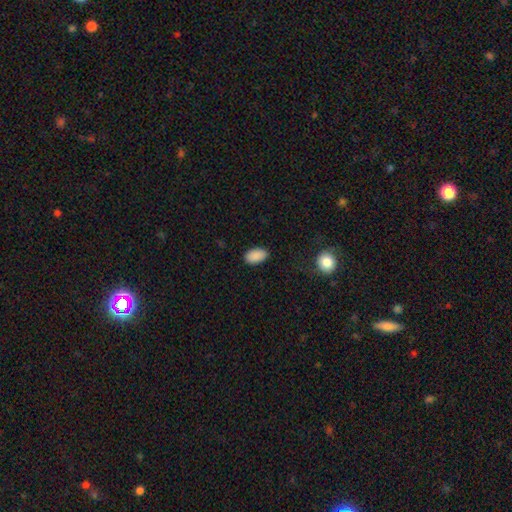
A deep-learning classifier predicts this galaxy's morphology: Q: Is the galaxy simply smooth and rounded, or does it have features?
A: smooth — 90%.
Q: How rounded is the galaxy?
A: in between — 93%.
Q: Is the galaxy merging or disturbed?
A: none — 87%.